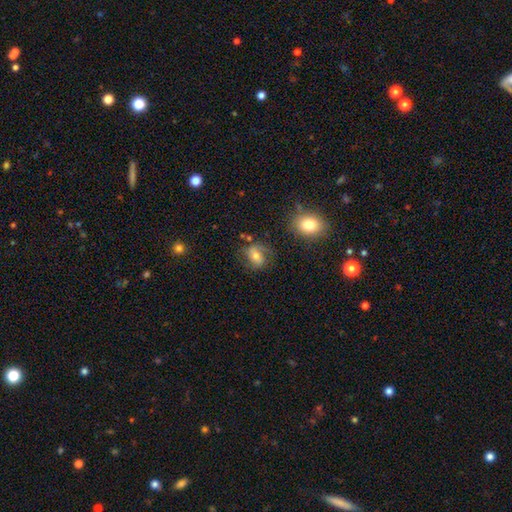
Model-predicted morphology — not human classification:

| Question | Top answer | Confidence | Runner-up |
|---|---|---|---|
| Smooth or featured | smooth | 44% | tied: featured or disk (44%) |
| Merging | none | 63% | minor disturbance (21%) |